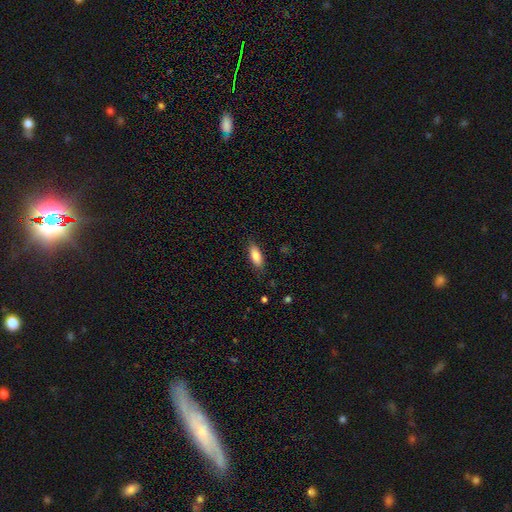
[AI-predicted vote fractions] Smooth or featured? smooth (83%)
How rounded? in between (72%)
Merging? none (84%)